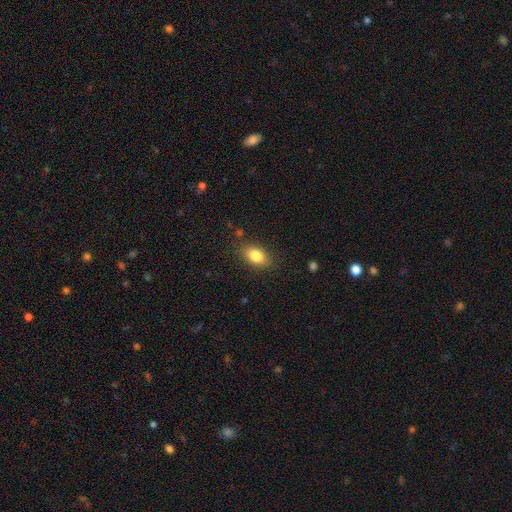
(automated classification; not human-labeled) Overall: smooth (83%). How rounded: in between (87%). Merging: none (84%).